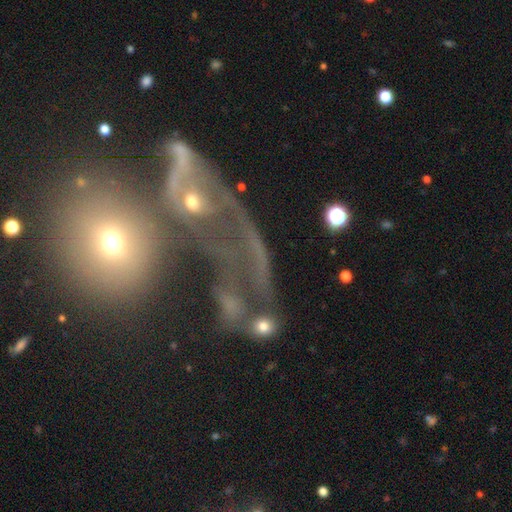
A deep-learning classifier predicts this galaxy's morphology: Q: Smooth or featured?
A: featured or disk (43%); runner-up: smooth (30%)
Q: Merging?
A: major disturbance (32%); runner-up: merger (31%)